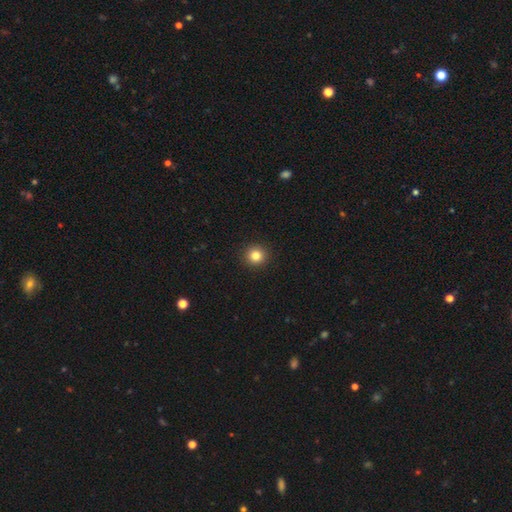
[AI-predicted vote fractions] Overall: smooth (83%). How rounded: round (94%). Merging: none (93%).